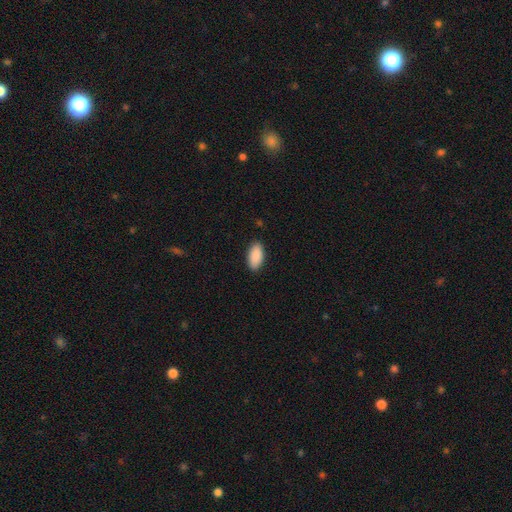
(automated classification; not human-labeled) Smooth or featured: smooth — 91% (star or artifact — 6%)
How rounded: in between — 94% (cigar-shaped — 4%)
Merging: none — 88% (minor disturbance — 9%)